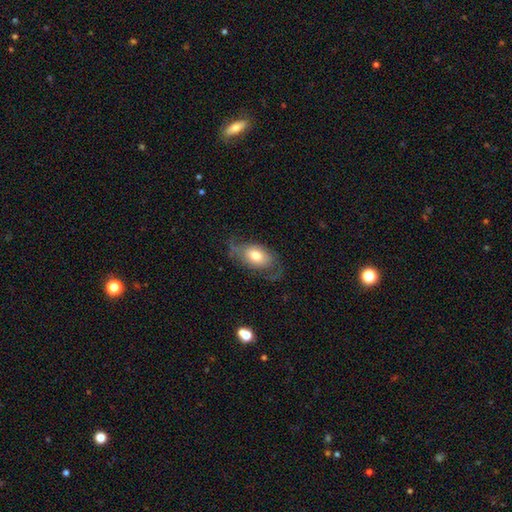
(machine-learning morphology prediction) The model was most divided on "smooth or featured": smooth: 53%, featured or disk: 40%, star or artifact: 7%. More confident: how rounded — in between (86%); merging — none (54%).